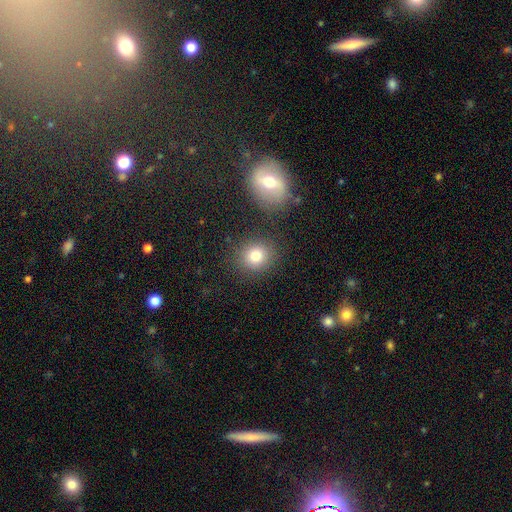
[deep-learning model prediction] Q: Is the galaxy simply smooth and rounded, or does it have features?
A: smooth — 79%.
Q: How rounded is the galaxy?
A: round — 80%.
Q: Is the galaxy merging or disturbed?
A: none — 83%.